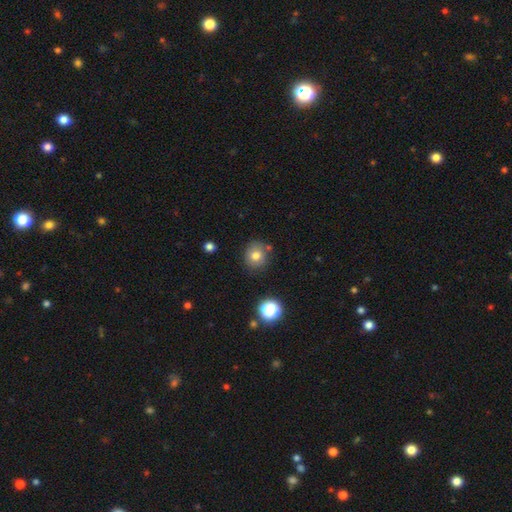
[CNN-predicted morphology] Overall: smooth (76%). How rounded: round (85%). Merging: none (80%).